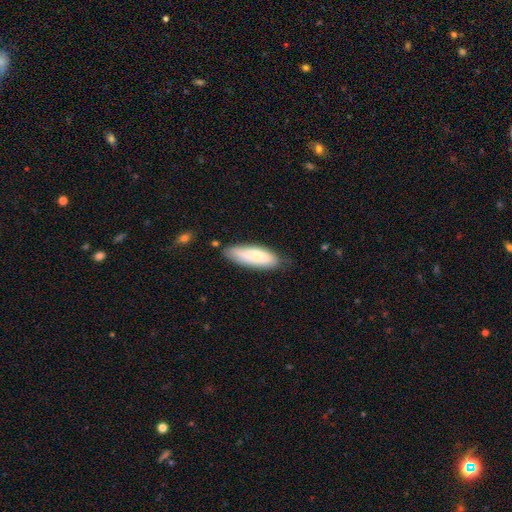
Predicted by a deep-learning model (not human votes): Smooth or featured?
  - smooth: 73% *
  - featured or disk: 21%
  - star or artifact: 6%
How rounded?
  - in between: 52% *
  - cigar-shaped: 46%
  - round: 2%
Merging?
  - none: 73% *
  - minor disturbance: 21%
  - major disturbance: 4%
  - merger: 2%